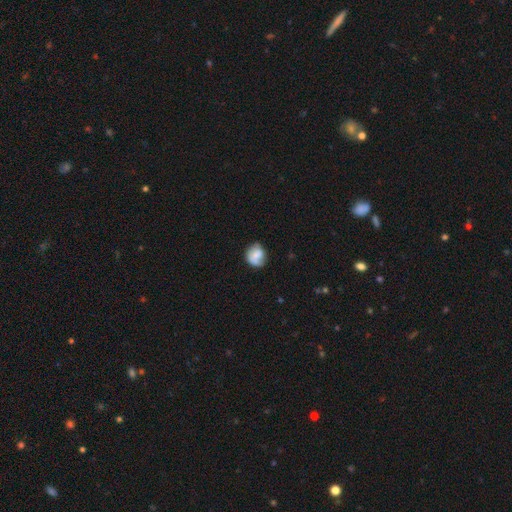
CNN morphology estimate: Overall: smooth (66%; featured or disk 26%). How rounded: round (69%; in between 30%). Merging: none (57%; minor disturbance 28%).